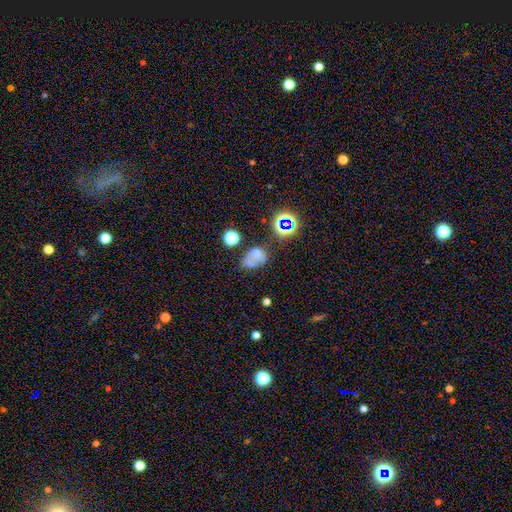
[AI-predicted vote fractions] smooth_or_featured: smooth (p=0.55) [alt: star or artifact p=0.23]
how_rounded: in between (p=0.63) [alt: round p=0.36]
merging: merger (p=0.39) [alt: none p=0.30]